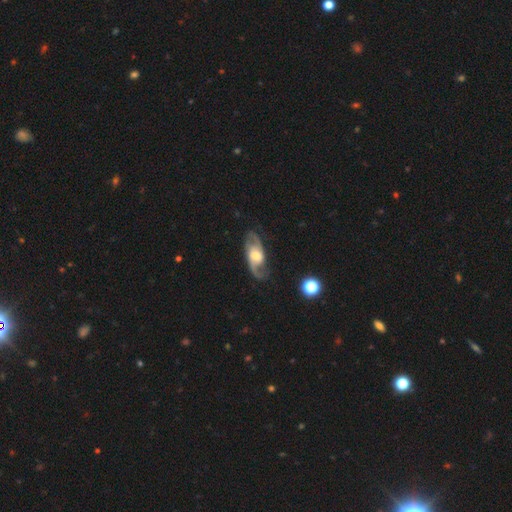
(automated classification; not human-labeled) A featured or disk galaxy (82%) with a weak bar (44%), 2 (87%) medium (48%) spiral arms (94%) and a moderate central bulge (47%). Merging: none (74%).